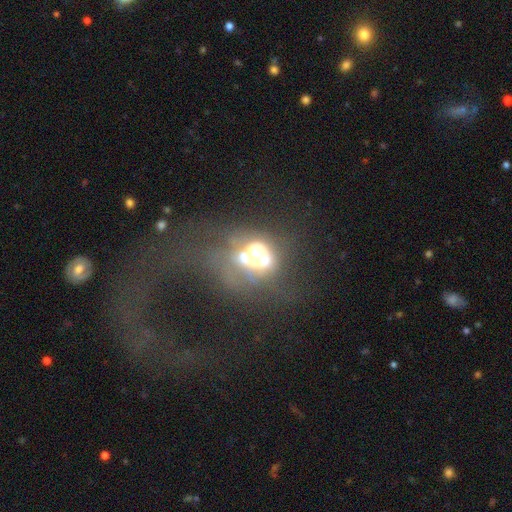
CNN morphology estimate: smooth-or-featured: featured or disk: 47% | smooth: 36% | star or artifact: 17%
  merging: merger: 57% | major disturbance: 20% | none: 15% | minor disturbance: 8%